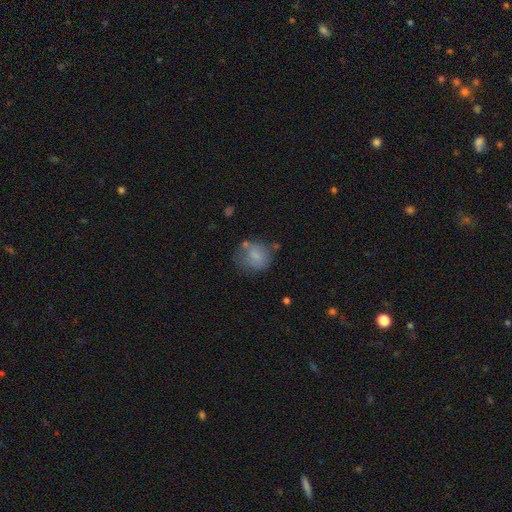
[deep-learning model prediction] smooth_or_featured: smooth (p=0.75) [alt: featured or disk p=0.16]
how_rounded: round (p=0.69) [alt: in between p=0.30]
merging: none (p=0.53) [alt: minor disturbance p=0.25]